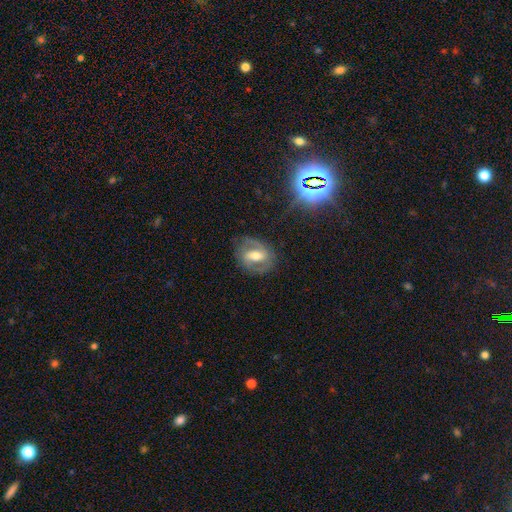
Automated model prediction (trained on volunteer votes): A featured or disk galaxy (75%) with a strong bar (44%), 2 (84%) medium (48%) spiral arms (83%) and a moderate central bulge (67%). Merging: none (76%).